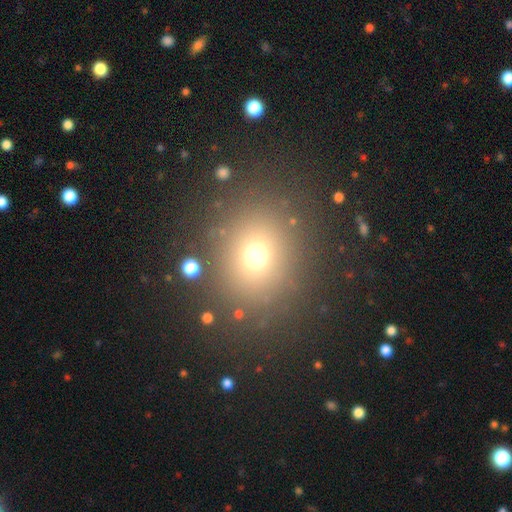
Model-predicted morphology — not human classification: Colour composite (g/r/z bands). It shows a smooth galaxy with no disk features (67%) that is round (72%). Merging: none (85%).